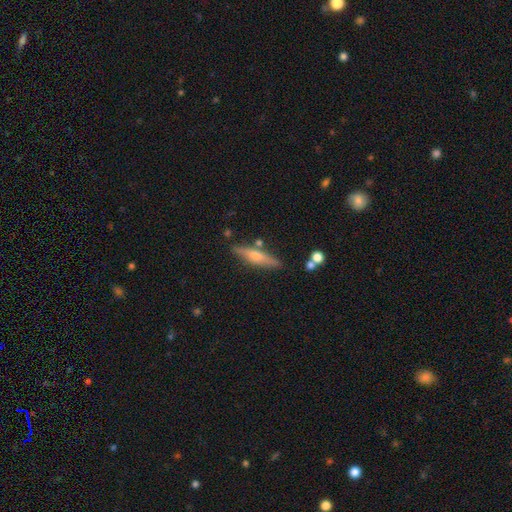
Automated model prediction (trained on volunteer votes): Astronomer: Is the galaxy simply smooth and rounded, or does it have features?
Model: featured or disk — 56% (runner-up: smooth, 37%).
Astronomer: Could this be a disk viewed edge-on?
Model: yes — 94%.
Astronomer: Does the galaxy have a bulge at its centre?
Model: rounded — 82%.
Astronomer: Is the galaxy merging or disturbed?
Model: none — 82%.